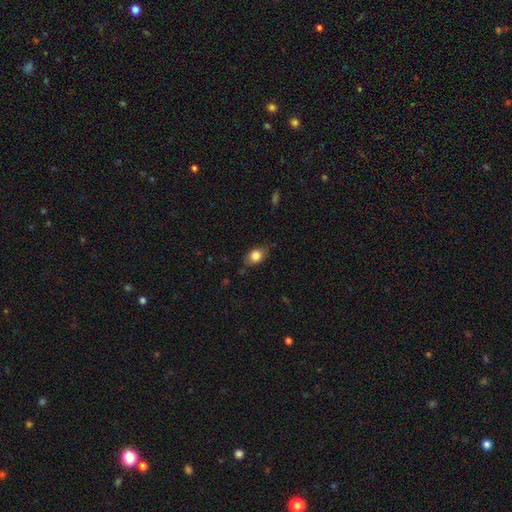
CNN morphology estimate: A smooth galaxy with no disk features (81%) that is in between round and cigar-shaped (65%). Merging: none (73%).